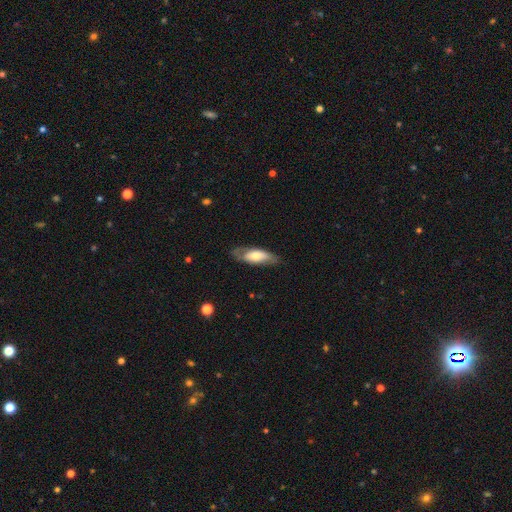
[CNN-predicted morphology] smooth 56%, featured or disk 38%, star or artifact 6%. Down the decision tree: how rounded — in between (70%); merging — none (70%).